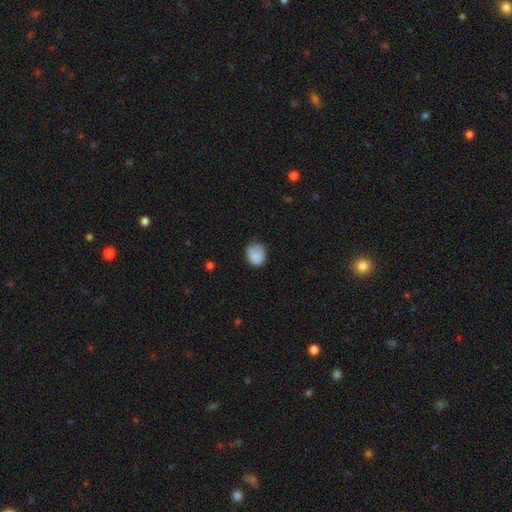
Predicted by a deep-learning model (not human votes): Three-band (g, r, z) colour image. It shows a smooth galaxy with no disk features (83%) that is round (53%). Merging: none (55%).